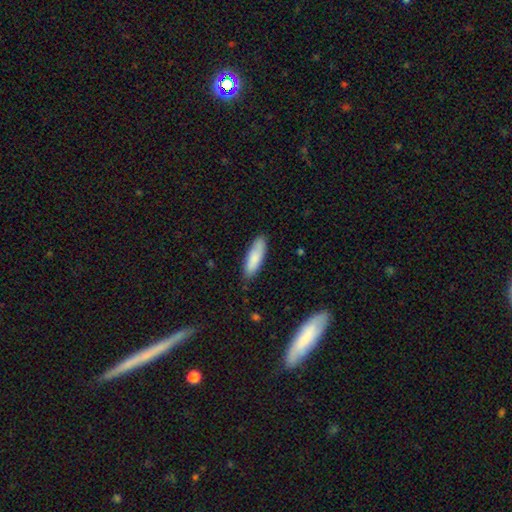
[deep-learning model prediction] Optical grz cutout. It shows a smooth galaxy with no disk features (84%) that is in between round and cigar-shaped (49%, tied with cigar-shaped). Merging: none (83%).